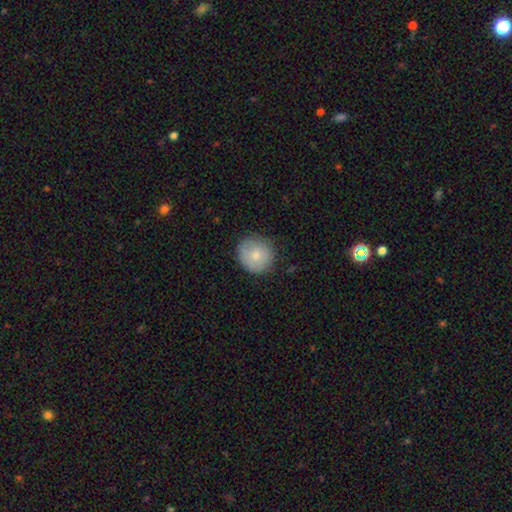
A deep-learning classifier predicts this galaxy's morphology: Smooth or featured? Predicted: smooth (p=0.77). How rounded? Predicted: round (p=0.92). Merging? Predicted: none (p=0.80).